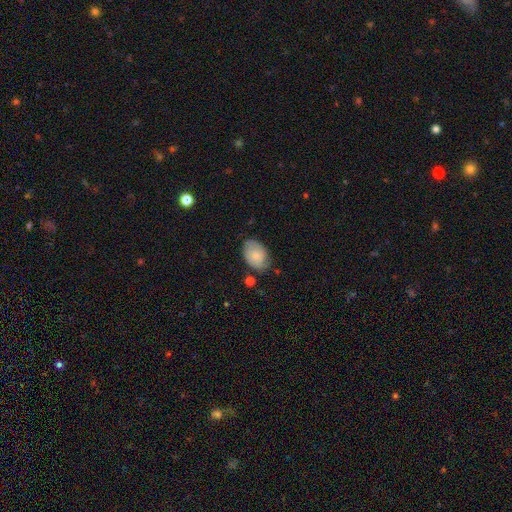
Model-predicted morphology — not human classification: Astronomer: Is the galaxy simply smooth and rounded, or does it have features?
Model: smooth — 74%.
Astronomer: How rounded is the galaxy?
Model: in between — 86%.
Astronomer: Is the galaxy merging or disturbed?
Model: none — 66%.